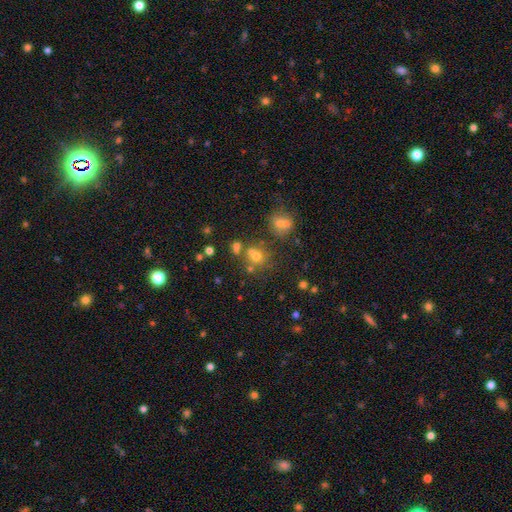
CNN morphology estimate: The model was most divided on "merging": none: 55%, merger: 26%, minor disturbance: 12%, major disturbance: 7%. More confident: how rounded — round (71%); smooth or featured — smooth (58%).